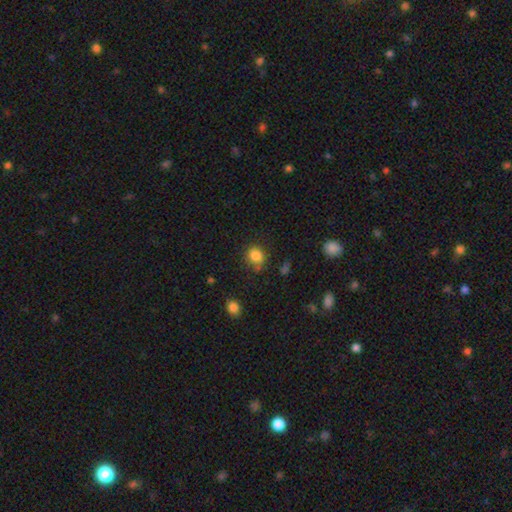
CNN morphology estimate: Smooth or featured? smooth (84%)
How rounded? round (72%)
Merging? none (73%)